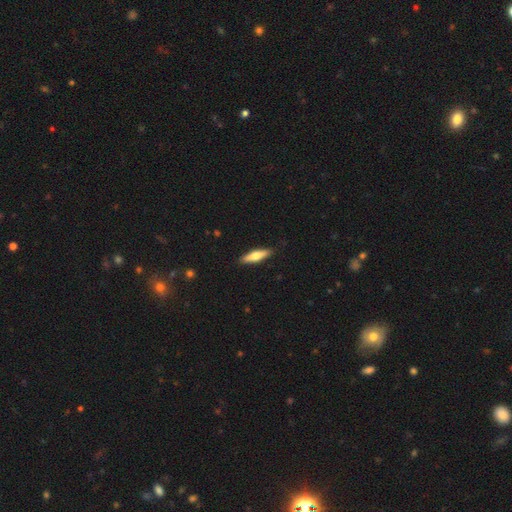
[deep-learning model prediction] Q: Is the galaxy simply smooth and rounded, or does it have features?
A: smooth — 57%.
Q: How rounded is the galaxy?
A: cigar-shaped — 70%.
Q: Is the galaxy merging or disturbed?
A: none — 90%.